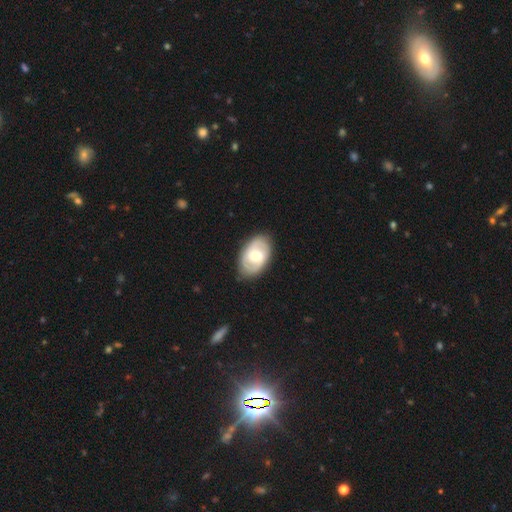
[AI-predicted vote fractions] A featured or disk galaxy (57%) with a weak bar (50%), spiral arms (71%) and a moderate central bulge (58%).

Vote fractions:
- Smooth or featured? featured or disk: 57% / smooth: 38% / star or artifact: 5%
- Edge-on disk? no: 95% / yes: 5%
- Bar? weak: 50% / no: 30% / strong: 20%
- Spiral arms? yes: 71% / no: 29%
- Bulge size? moderate: 58% / small: 20% / large: 17% / none: 3% / dominant: 2%
- Merging? none: 83% / minor disturbance: 12% / major disturbance: 4% / merger: 1%